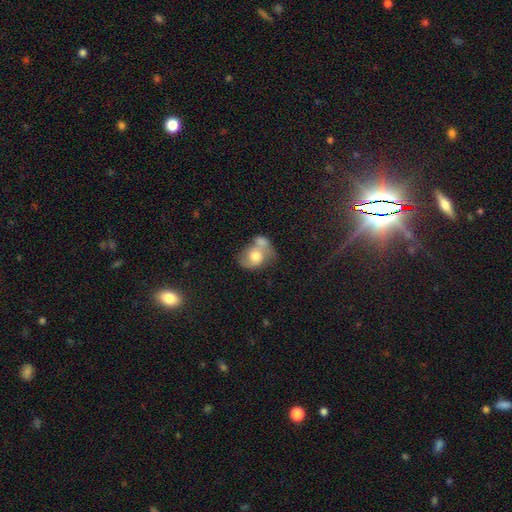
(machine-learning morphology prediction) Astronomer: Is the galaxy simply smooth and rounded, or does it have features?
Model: smooth — 53% (runner-up: featured or disk, 38%).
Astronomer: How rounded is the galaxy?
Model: in between — 53% (runner-up: round, 46%).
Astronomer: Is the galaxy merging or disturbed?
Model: merger — 55%.